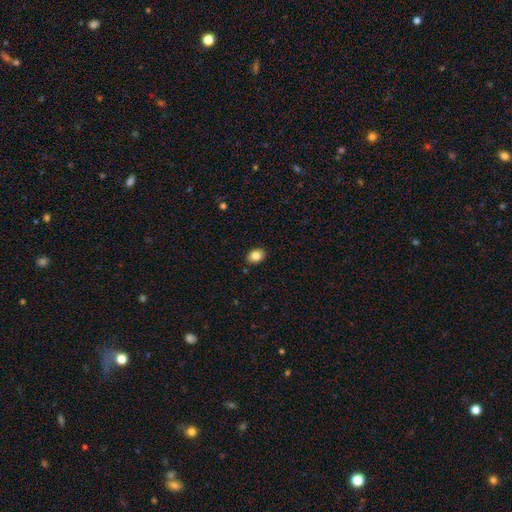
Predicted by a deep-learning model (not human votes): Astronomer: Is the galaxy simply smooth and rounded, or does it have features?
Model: smooth — 84%.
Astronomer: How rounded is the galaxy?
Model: in between — 63%.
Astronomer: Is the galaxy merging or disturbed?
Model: none — 89%.